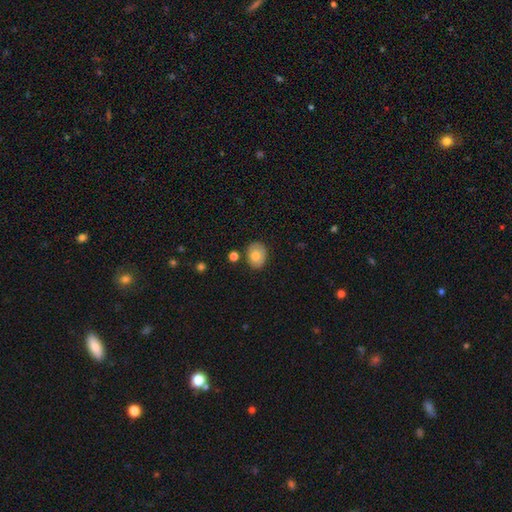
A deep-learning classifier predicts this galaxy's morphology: The model was most divided on "how rounded": in between: 58%, round: 41%, cigar-shaped: 1%. More confident: merging — none (80%); smooth or featured — smooth (77%).